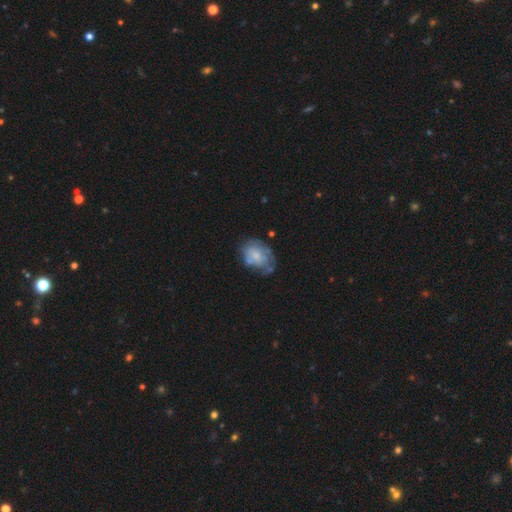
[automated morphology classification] smooth 46% (tied), featured or disk 46% (tied), star or artifact 8%. Down the decision tree: merging — none (45%).